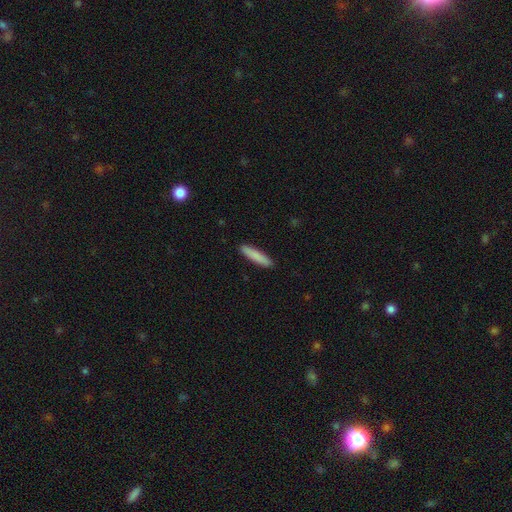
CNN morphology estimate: Smooth or featured: smooth — 86% (featured or disk — 8%)
How rounded: cigar-shaped — 87% (in between — 11%)
Merging: none — 91% (minor disturbance — 6%)